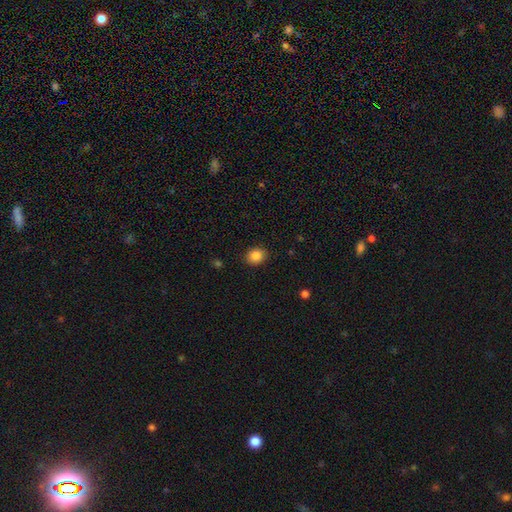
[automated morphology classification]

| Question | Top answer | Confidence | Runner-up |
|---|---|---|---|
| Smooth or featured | smooth | 86% | star or artifact (10%) |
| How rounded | round | 59% | in between (40%) |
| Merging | none | 89% | minor disturbance (8%) |